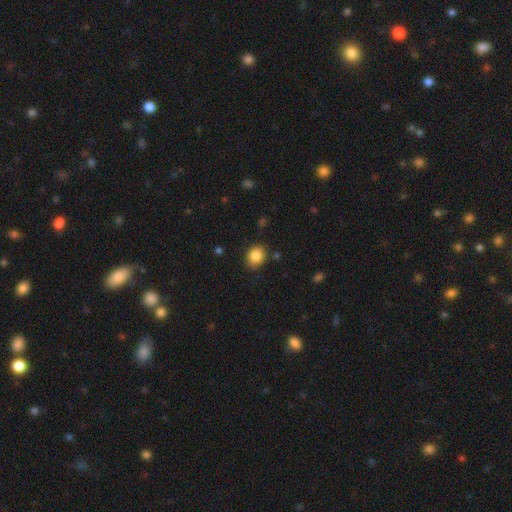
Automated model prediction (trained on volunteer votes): smooth 85%, star or artifact 10%, featured or disk 6%. Down the decision tree: how rounded — round (65%); merging — none (86%).